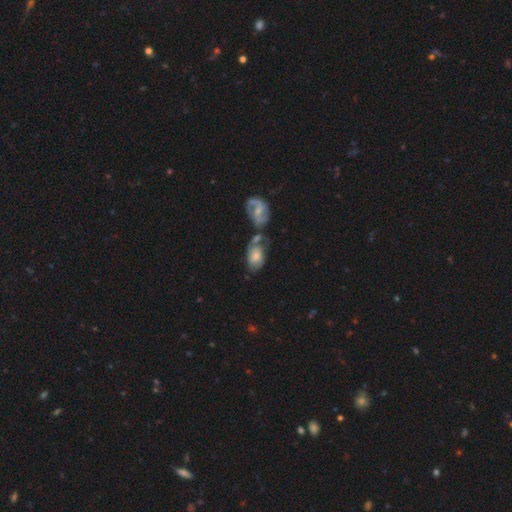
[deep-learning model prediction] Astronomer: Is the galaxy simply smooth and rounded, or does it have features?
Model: featured or disk — 47% (runner-up: smooth, 45%).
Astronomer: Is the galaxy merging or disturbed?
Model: merger — 48% (runner-up: none, 27%).